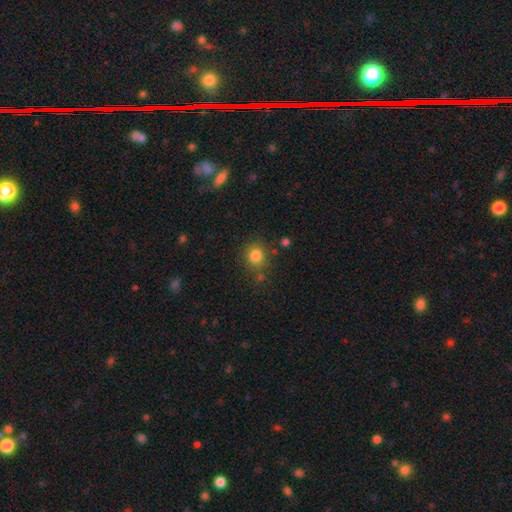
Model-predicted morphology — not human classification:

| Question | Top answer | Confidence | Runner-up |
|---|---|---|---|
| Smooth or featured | smooth | 82% | star or artifact (12%) |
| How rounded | round | 85% | in between (15%) |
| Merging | none | 78% | minor disturbance (11%) |